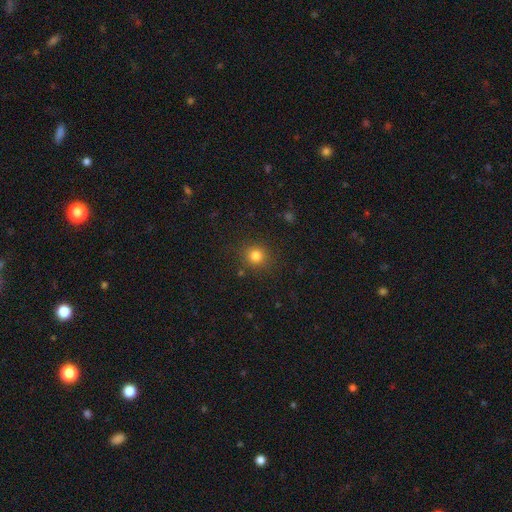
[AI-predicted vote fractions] Smooth or featured?
  - smooth: 80% *
  - star or artifact: 14%
  - featured or disk: 6%
How rounded?
  - round: 89% *
  - in between: 10%
  - cigar-shaped: 1%
Merging?
  - none: 87% *
  - minor disturbance: 8%
  - major disturbance: 3%
  - merger: 2%